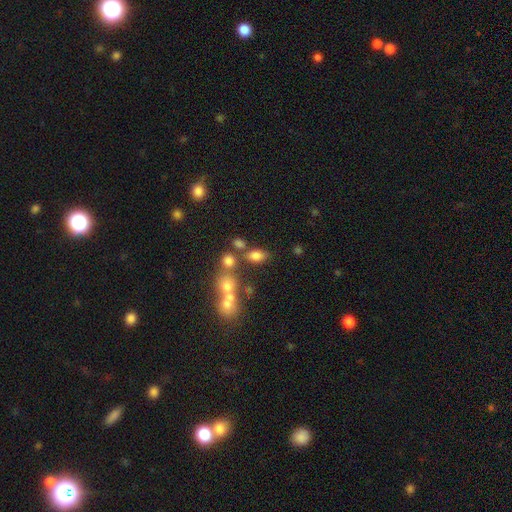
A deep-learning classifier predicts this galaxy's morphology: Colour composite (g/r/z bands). It shows a smooth galaxy with no disk features (74%) that is in between round and cigar-shaped (83%). Merging: none (60%).